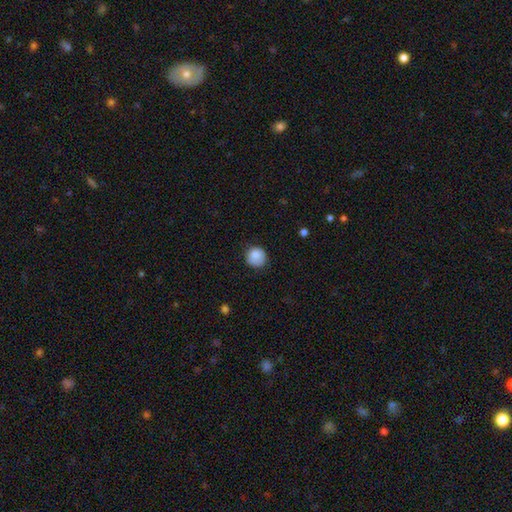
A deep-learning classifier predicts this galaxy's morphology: Overall: smooth (85%). How rounded: round (90%). Merging: none (74%).